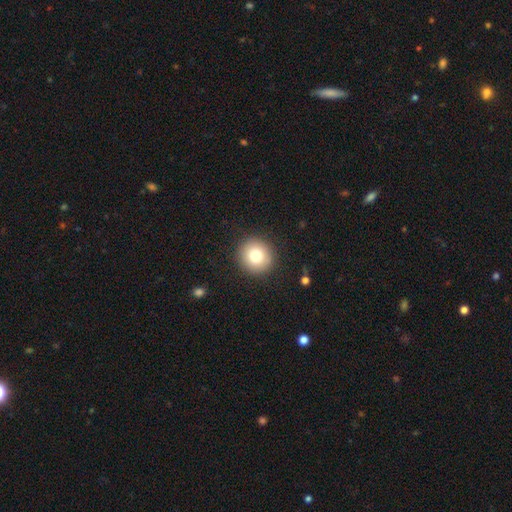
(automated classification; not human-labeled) This is likely a smooth galaxy (79%). How rounded: clearly round (94%). Merging: clearly none (91%).